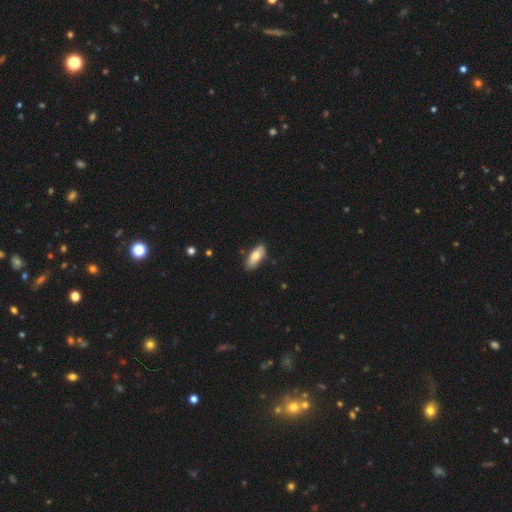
smooth_or_featured: smooth (p=0.79) [alt: featured or disk p=0.13]
how_rounded: in between (p=0.77) [alt: cigar-shaped p=0.16]
merging: none (p=0.69) [alt: minor disturbance p=0.22]